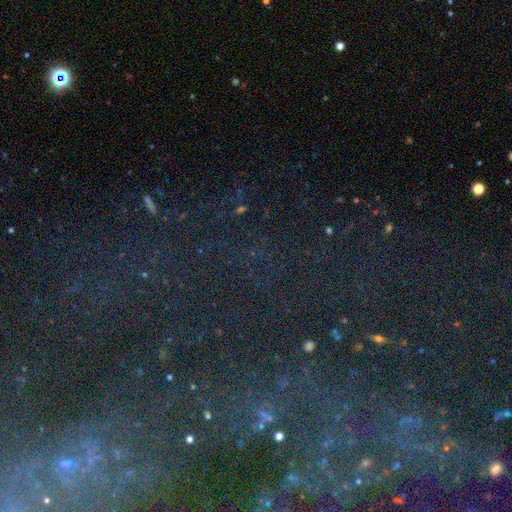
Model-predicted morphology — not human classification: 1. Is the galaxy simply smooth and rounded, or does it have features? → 71% star or artifact, 17% featured or disk, 12% smooth.